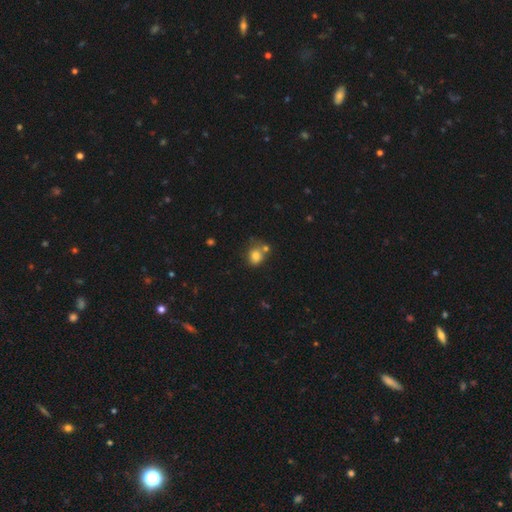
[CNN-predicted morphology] Smooth or featured? Predicted: smooth (p=0.80). How rounded? Predicted: round (p=0.66). Merging? Predicted: none (p=0.51).